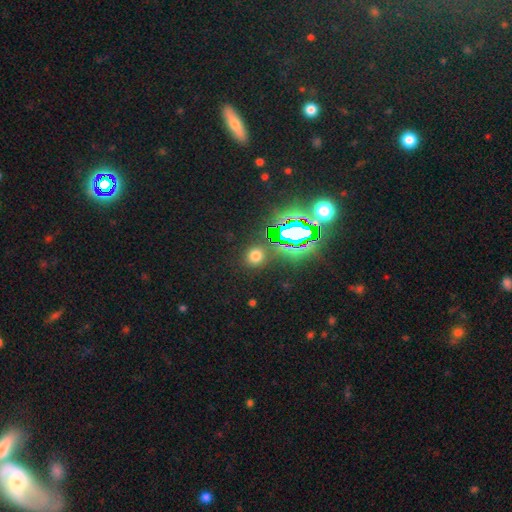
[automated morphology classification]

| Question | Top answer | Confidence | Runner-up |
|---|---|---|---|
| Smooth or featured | smooth | 61% | star or artifact (33%) |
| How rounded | round | 85% | in between (13%) |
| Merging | none | 86% | minor disturbance (7%) |